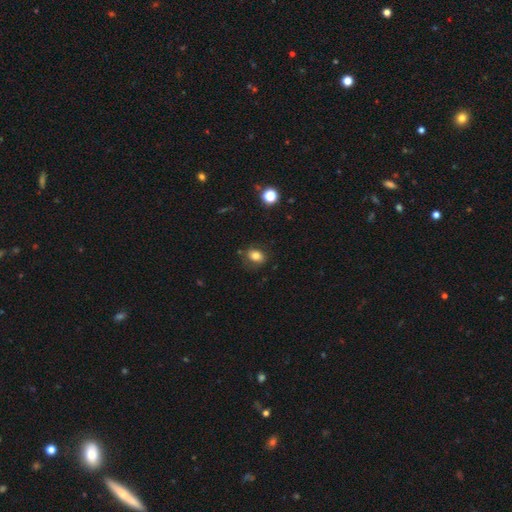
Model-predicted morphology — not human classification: A smooth galaxy with no disk features (79%) that is in between round and cigar-shaped (62%).

Vote fractions:
- Smooth or featured? smooth: 79% / star or artifact: 11% / featured or disk: 10%
- How rounded? in between: 62% / round: 36% / cigar-shaped: 1%
- Merging? none: 77% / minor disturbance: 16% / major disturbance: 5% / merger: 2%